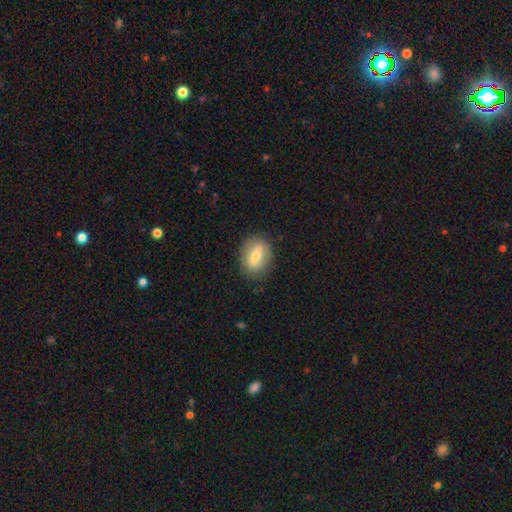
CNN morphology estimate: Smooth or featured: smooth — 60% (featured or disk — 32%)
How rounded: in between — 68% (round — 29%)
Merging: none — 83% (minor disturbance — 12%)